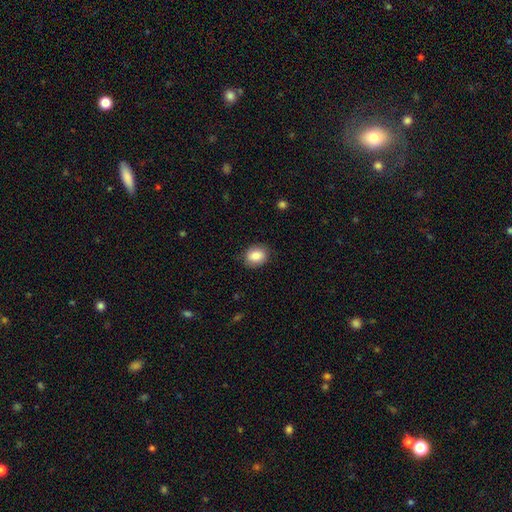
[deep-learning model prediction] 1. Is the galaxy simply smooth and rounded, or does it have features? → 85% smooth, 8% star or artifact, 7% featured or disk.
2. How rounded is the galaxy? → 53% round, 47% in between, 1% cigar-shaped.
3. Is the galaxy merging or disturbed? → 86% none, 11% minor disturbance, 3% major disturbance, 1% merger.